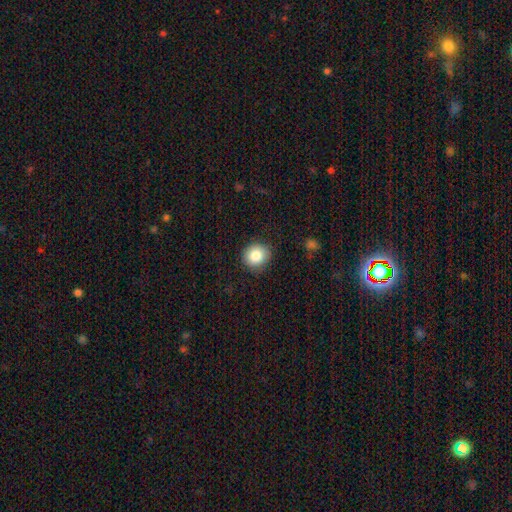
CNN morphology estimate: Q: Smooth or featured?
A: smooth (84%); runner-up: star or artifact (9%)
Q: How rounded?
A: round (83%); runner-up: in between (17%)
Q: Merging?
A: none (85%); runner-up: minor disturbance (11%)